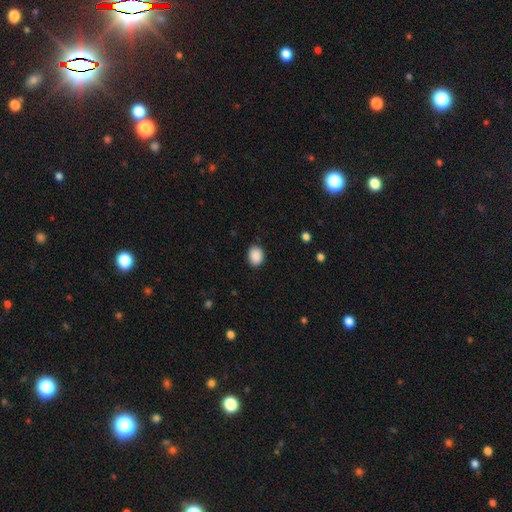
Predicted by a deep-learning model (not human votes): This is clearly a smooth galaxy (89%). How rounded: possibly in between (52%). Merging: clearly none (88%).